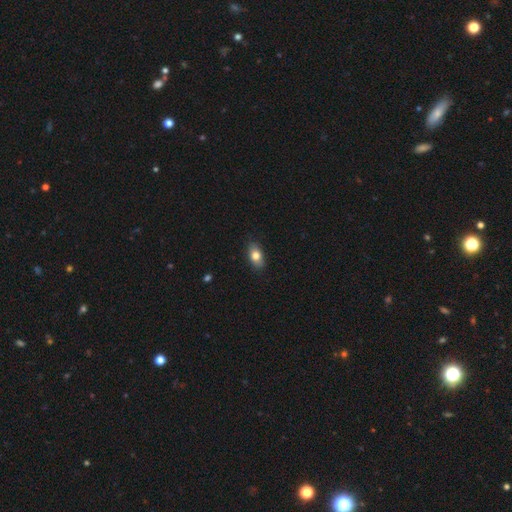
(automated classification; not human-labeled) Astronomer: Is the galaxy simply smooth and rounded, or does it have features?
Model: smooth — 79%.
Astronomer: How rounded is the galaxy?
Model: in between — 87%.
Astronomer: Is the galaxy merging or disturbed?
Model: none — 86%.